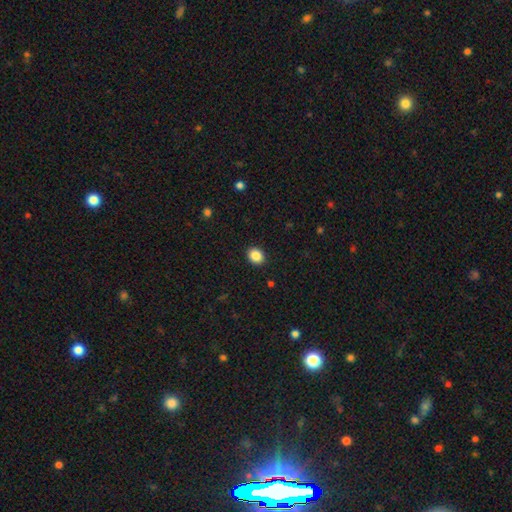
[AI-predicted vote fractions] A smooth galaxy with no disk features (87%) that is round (55%). Merging: none (91%).